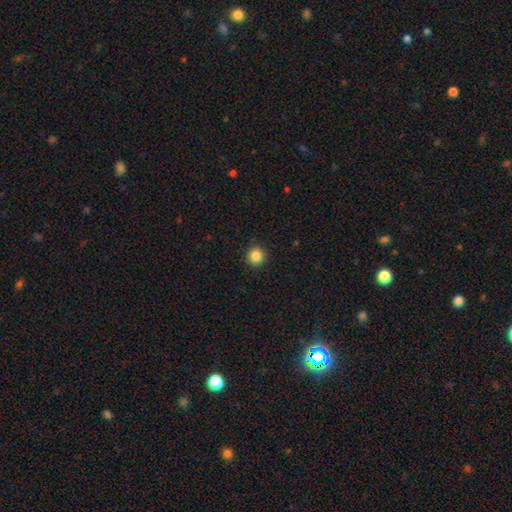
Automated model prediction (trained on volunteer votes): Q: Smooth or featured?
A: smooth (85%); runner-up: star or artifact (11%)
Q: How rounded?
A: round (93%); runner-up: in between (6%)
Q: Merging?
A: none (92%); runner-up: minor disturbance (5%)